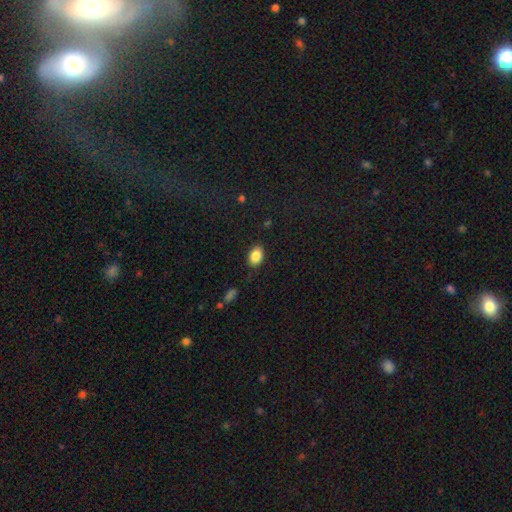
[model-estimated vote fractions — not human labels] smooth_or_featured: smooth (p=0.87) [alt: star or artifact p=0.08]
how_rounded: in between (p=0.81) [alt: round p=0.17]
merging: none (p=0.84) [alt: minor disturbance p=0.12]